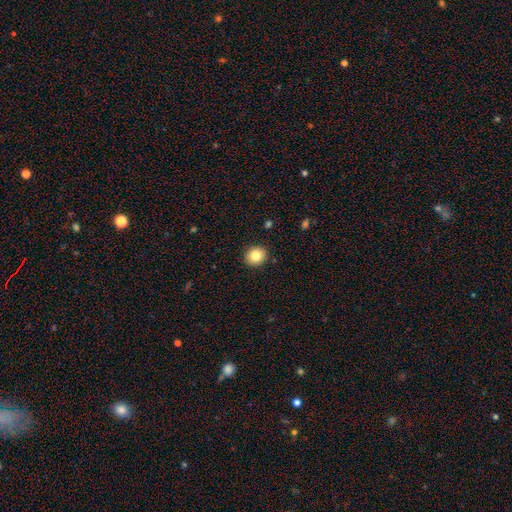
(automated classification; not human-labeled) Smooth or featured? Predicted: smooth (p=0.82). How rounded? Predicted: round (p=0.80). Merging? Predicted: none (p=0.91).